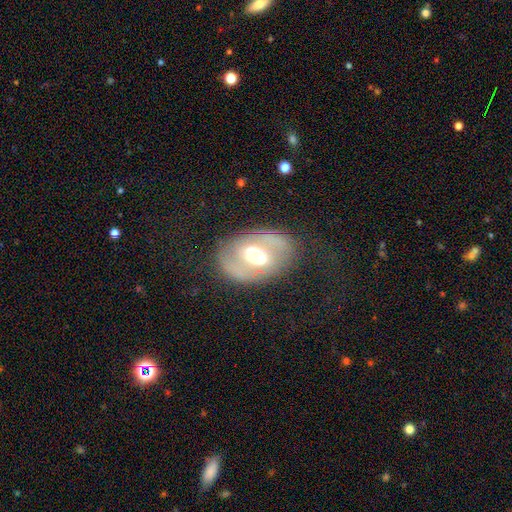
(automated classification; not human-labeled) Morphology: type=featured or disk (67%); edge-on=no (94%); bar=weak (41%); spiral arms=yes (51%); bulge=moderate (56%); merging=none (73%).